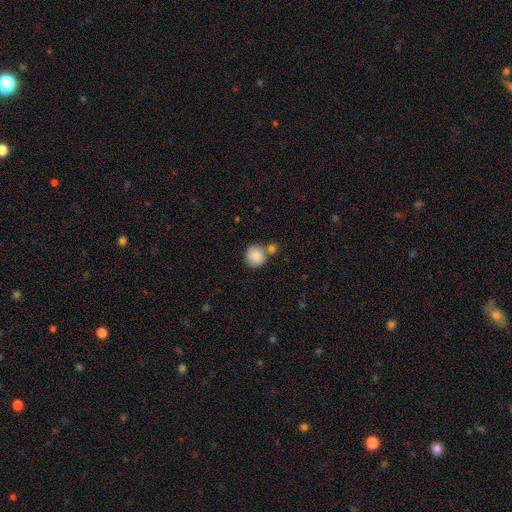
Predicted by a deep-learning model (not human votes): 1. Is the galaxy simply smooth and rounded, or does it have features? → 86% smooth, 8% star or artifact, 6% featured or disk.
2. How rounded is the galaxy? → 92% round, 8% in between, 1% cigar-shaped.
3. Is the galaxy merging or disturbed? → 64% none, 23% merger, 10% minor disturbance, 3% major disturbance.